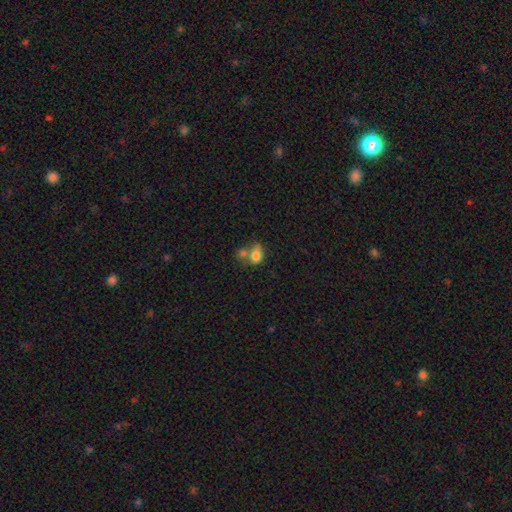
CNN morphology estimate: Smooth or featured: smooth — 77% (featured or disk — 12%)
How rounded: in between — 58% (round — 41%)
Merging: merger — 52% (none — 26%)